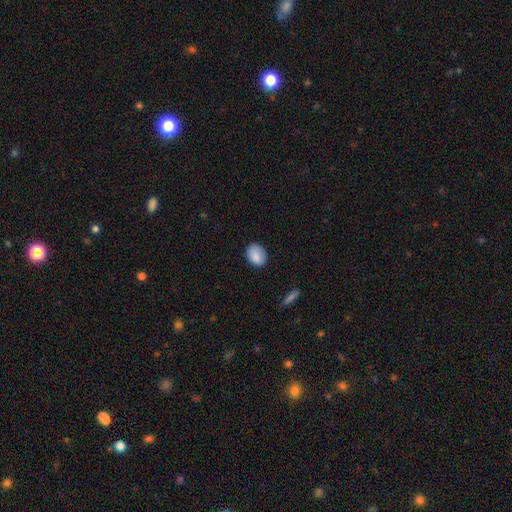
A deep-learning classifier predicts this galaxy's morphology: The model was most divided on "how rounded": in between: 67%, round: 31%, cigar-shaped: 1%. More confident: smooth or featured — smooth (88%); merging — none (83%).